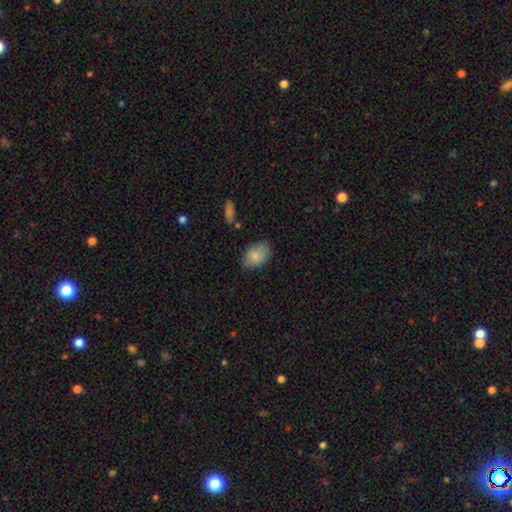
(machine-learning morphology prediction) Overall: smooth (81%). How rounded: in between (83%). Merging: none (73%).